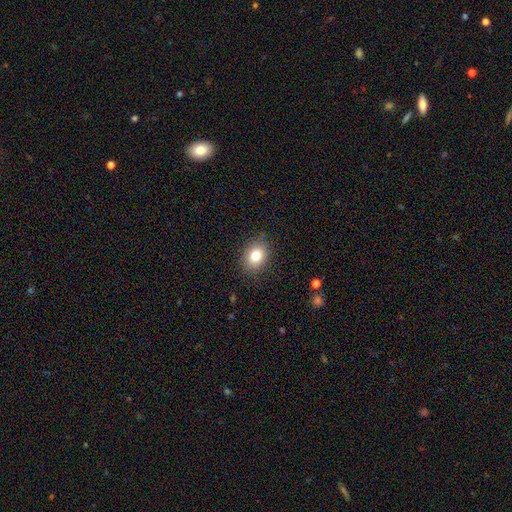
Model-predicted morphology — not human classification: type=smooth (80%); roundness=in between (55%); merging=none (87%).